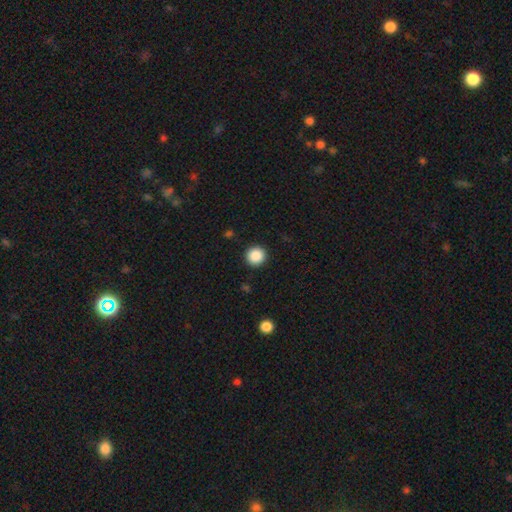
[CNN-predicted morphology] A smooth galaxy with no disk features (88%) that is round (95%).

Vote fractions:
- Smooth or featured? smooth: 88% / star or artifact: 9% / featured or disk: 3%
- How rounded? round: 95% / in between: 4% / cigar-shaped: 1%
- Merging? none: 92% / minor disturbance: 5% / major disturbance: 2% / merger: 1%